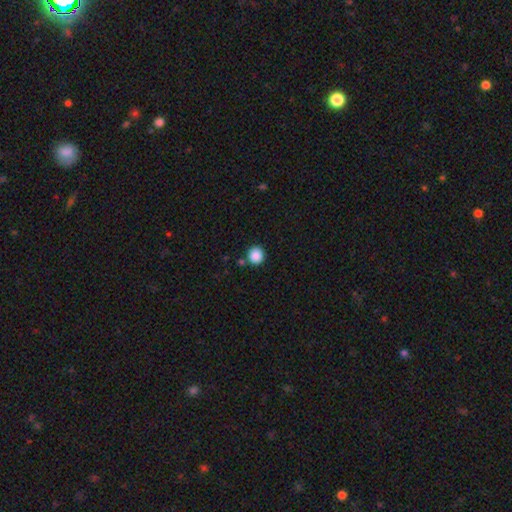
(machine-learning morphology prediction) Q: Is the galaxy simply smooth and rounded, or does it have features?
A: smooth — 88%.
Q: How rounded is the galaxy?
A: round — 92%.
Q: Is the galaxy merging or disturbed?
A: none — 84%.